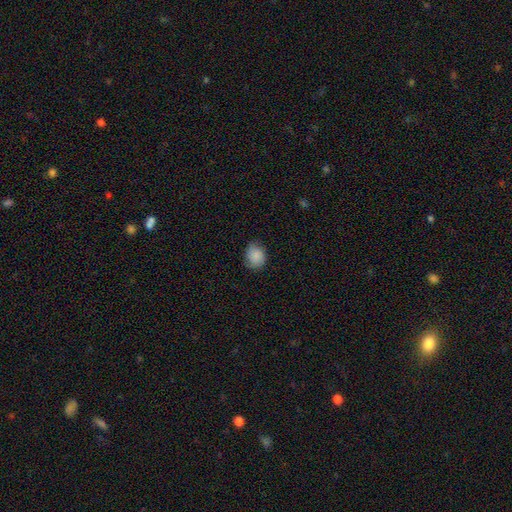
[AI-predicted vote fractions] Smooth or featured? Predicted: smooth (p=0.86). How rounded? Predicted: round (p=0.57). Merging? Predicted: none (p=0.73).